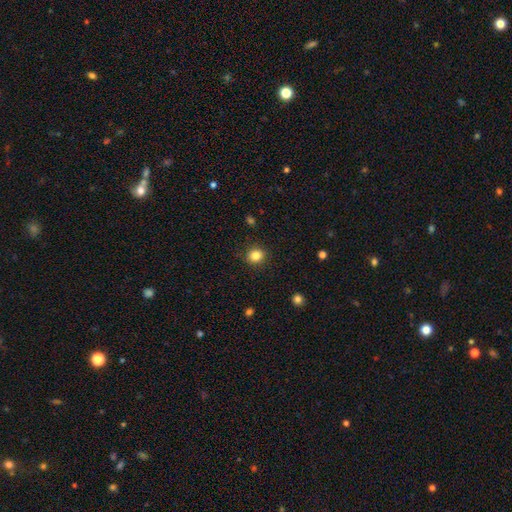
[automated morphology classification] This appears to be a smooth galaxy with no disk features (84%) that is round (80%). Merging: none (90%).